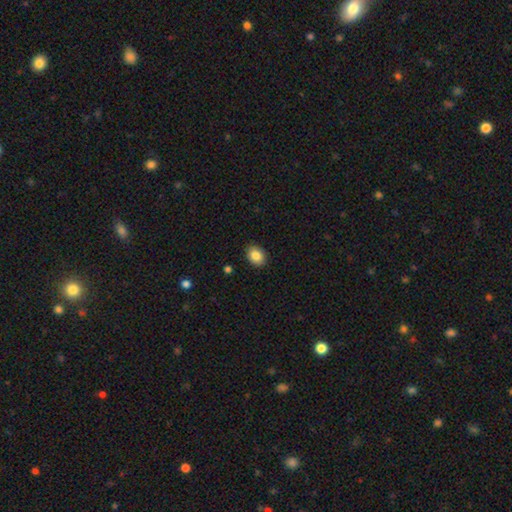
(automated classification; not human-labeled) Overall: smooth (86%). How rounded: in between (62%; round 37%). Merging: none (90%).